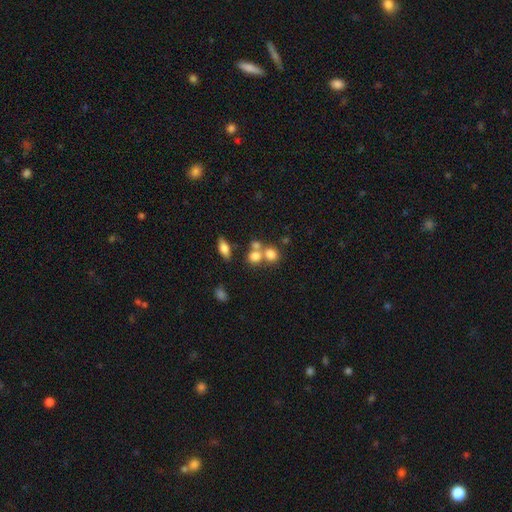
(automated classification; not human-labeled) Morphology: type=smooth (73%); roundness=round (72%); merging=merger (45%).